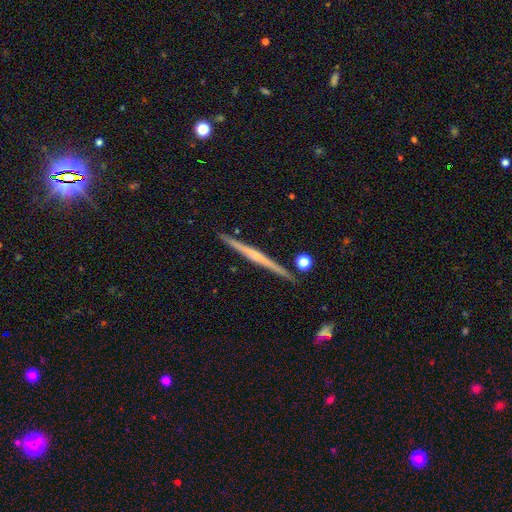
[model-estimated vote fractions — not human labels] This is likely a featured or disk galaxy (72%). It is clearly viewed edge-on (98%). Edge-on bulge: possibly none (48%). Merging: clearly none (90%).